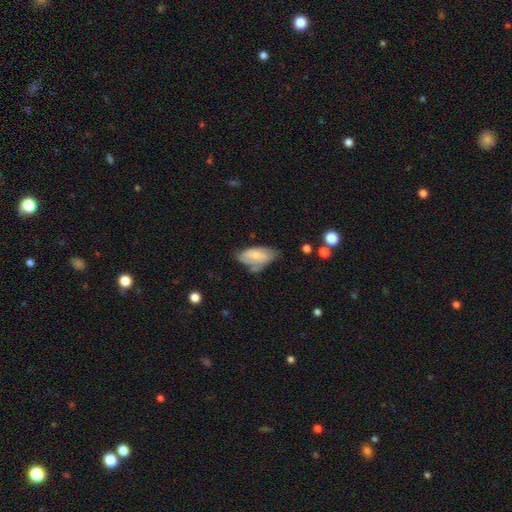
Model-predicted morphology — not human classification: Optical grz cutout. It shows a smooth galaxy with no disk features (56%) that is in between round and cigar-shaped (92%). Merging: none (41%).